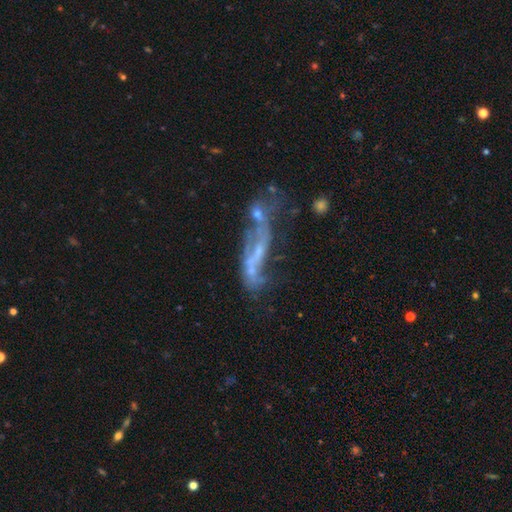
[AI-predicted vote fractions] A featured or disk galaxy (66%) with no bar (54%), no spiral arms (54%) and no central bulge (44%).

Vote fractions:
- Smooth or featured? featured or disk: 66% / smooth: 20% / star or artifact: 14%
- Edge-on disk? no: 77% / yes: 23%
- Bar? no: 54% / weak: 27% / strong: 19%
- Spiral arms? no: 54% / yes: 46%
- Bulge size? none: 44% / small: 42% / moderate: 12% / large: 2% / dominant: 1%
- Merging? merger: 29% / none: 28% / major disturbance: 26% / minor disturbance: 17%